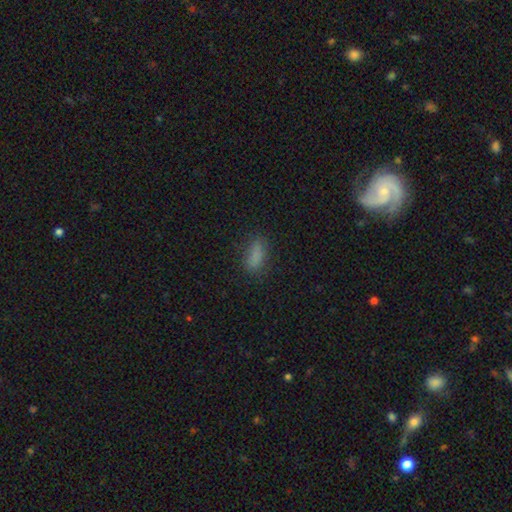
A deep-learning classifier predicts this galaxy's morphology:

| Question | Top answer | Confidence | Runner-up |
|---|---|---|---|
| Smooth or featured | smooth | 82% | star or artifact (12%) |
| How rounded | in between | 71% | cigar-shaped (25%) |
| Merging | none | 75% | minor disturbance (18%) |